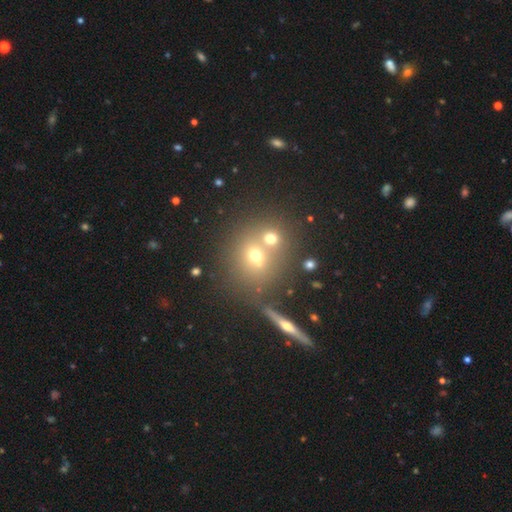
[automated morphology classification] Smooth or featured? smooth (54%)
How rounded? round (78%)
Merging? none (50%)